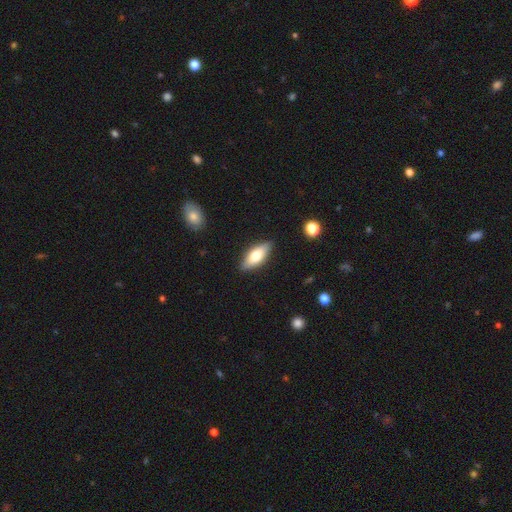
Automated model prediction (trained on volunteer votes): Morphology: type=smooth (67%); roundness=in between (75%); merging=none (86%).